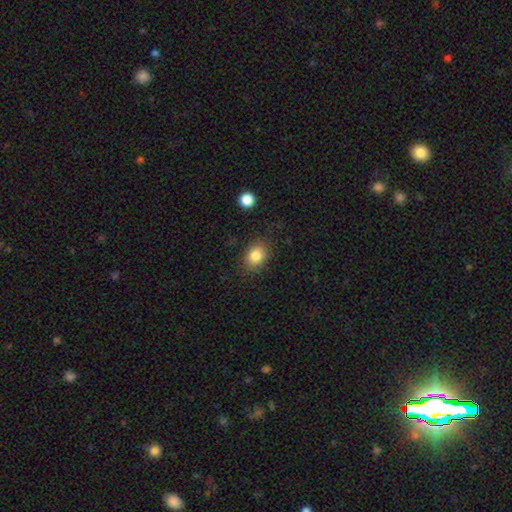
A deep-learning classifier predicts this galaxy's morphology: Smooth or featured? smooth (83%)
How rounded? in between (66%)
Merging? none (82%)